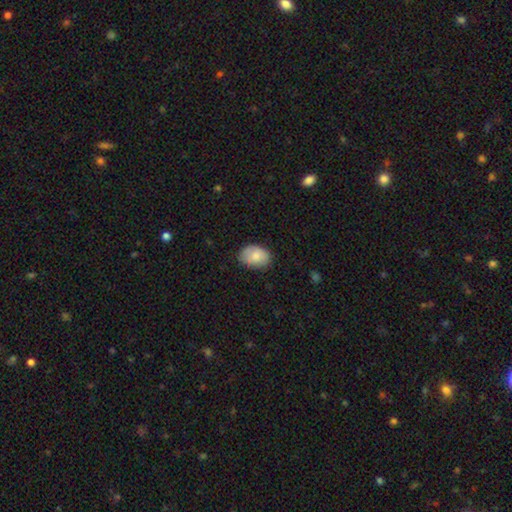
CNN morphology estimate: The model was most divided on "merging": none: 72%, minor disturbance: 23%, major disturbance: 4%, merger: 1%. More confident: how rounded — in between (82%); smooth or featured — smooth (82%).